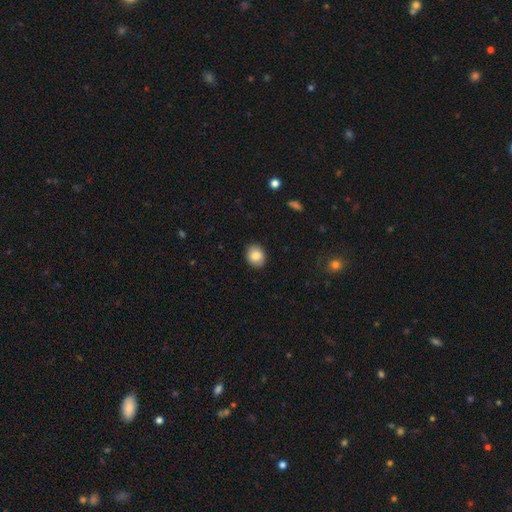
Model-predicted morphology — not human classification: A smooth galaxy with no disk features (85%) that is round (60%).

Vote fractions:
- Smooth or featured? smooth: 85% / star or artifact: 8% / featured or disk: 7%
- How rounded? round: 60% / in between: 39% / cigar-shaped: 1%
- Merging? none: 90% / minor disturbance: 7% / major disturbance: 2% / merger: 1%